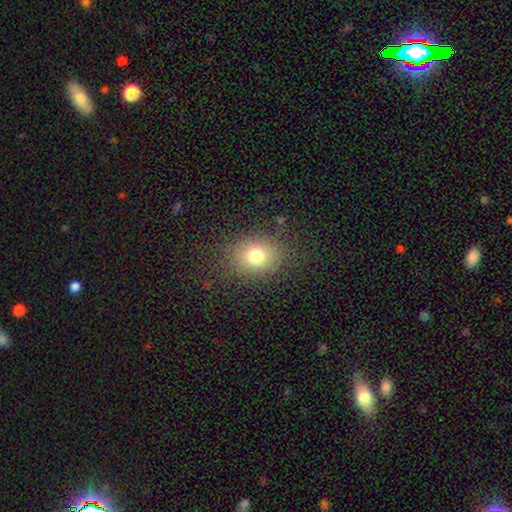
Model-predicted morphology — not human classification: The model was most divided on "how rounded": in between: 50%, round: 49%, cigar-shaped: 1%. More confident: merging — none (83%); smooth or featured — smooth (77%).